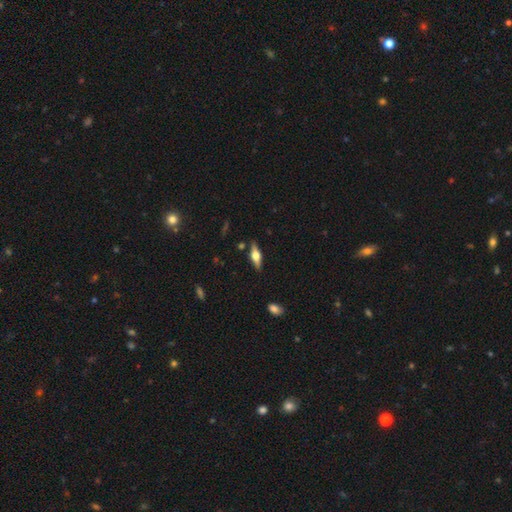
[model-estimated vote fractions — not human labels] smooth-or-featured: featured or disk: 66% | smooth: 27% | star or artifact: 7%
  disk-edge-on: yes: 96% | no: 4%
    edge-on-bulge: rounded: 92% | boxy: 7% | none: 1%
  merging: none: 87% | minor disturbance: 9% | major disturbance: 2% | merger: 2%